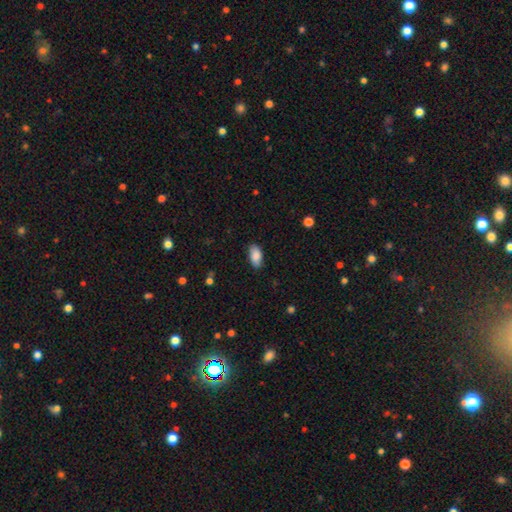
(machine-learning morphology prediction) Q: Smooth or featured?
A: smooth (88%); runner-up: star or artifact (7%)
Q: How rounded?
A: in between (93%); runner-up: cigar-shaped (4%)
Q: Merging?
A: none (85%); runner-up: minor disturbance (12%)